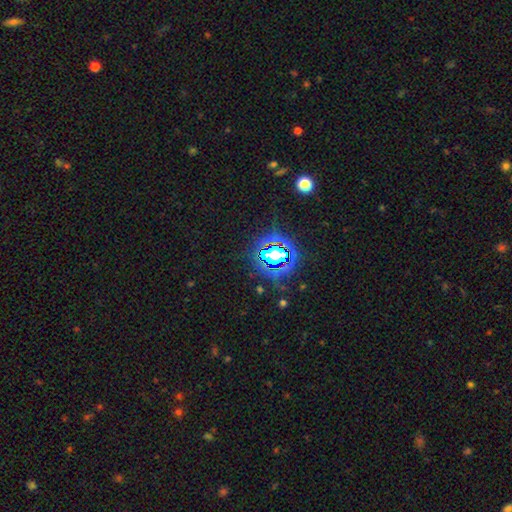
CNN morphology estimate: Smooth or featured?
  - star or artifact: 82% *
  - smooth: 11%
  - featured or disk: 7%